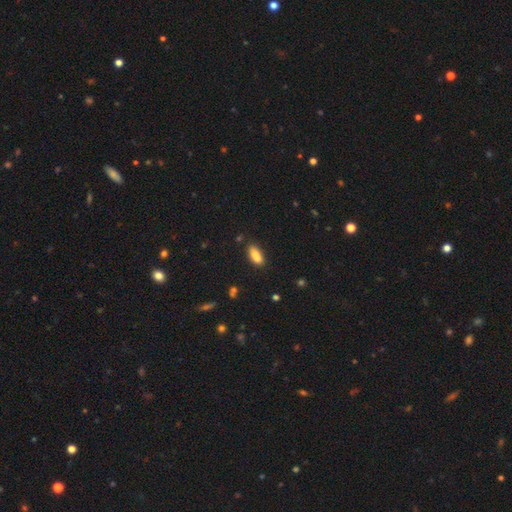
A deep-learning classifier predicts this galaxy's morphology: smooth 84%, star or artifact 8%, featured or disk 8%. Down the decision tree: how rounded — in between (76%); merging — none (76%).